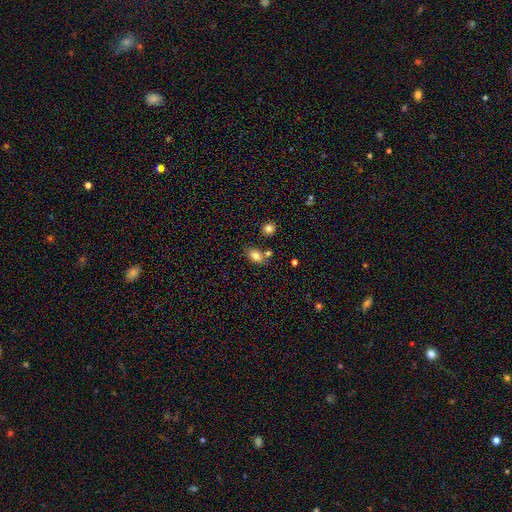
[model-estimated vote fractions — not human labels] Morphology: type=smooth (81%); roundness=in between (80%); merging=none (64%).